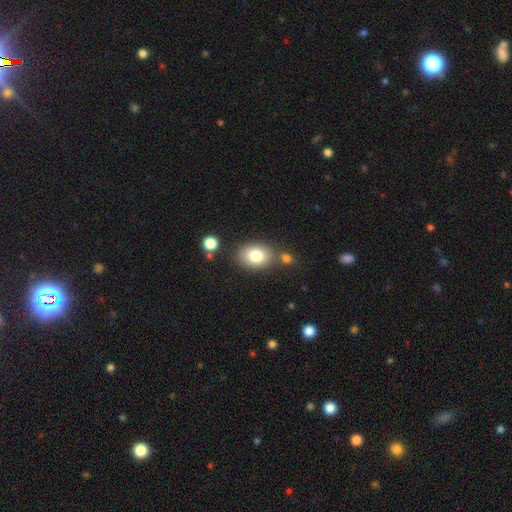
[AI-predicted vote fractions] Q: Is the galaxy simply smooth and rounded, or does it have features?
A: smooth — 80%.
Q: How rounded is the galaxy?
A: in between — 74%.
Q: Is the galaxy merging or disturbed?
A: none — 69%.